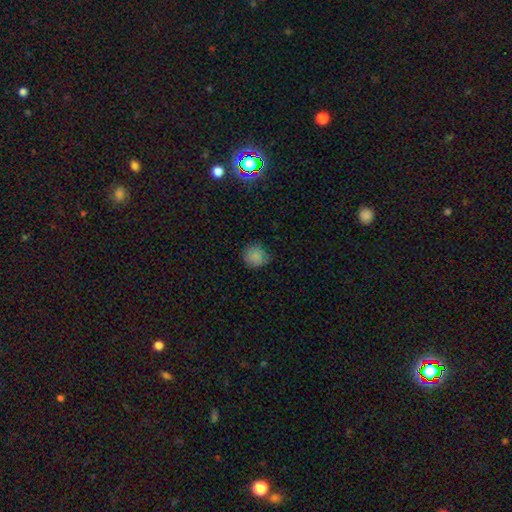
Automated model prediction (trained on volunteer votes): Smooth or featured? Predicted: smooth (p=0.82). How rounded? Predicted: round (p=0.88). Merging? Predicted: none (p=0.75).